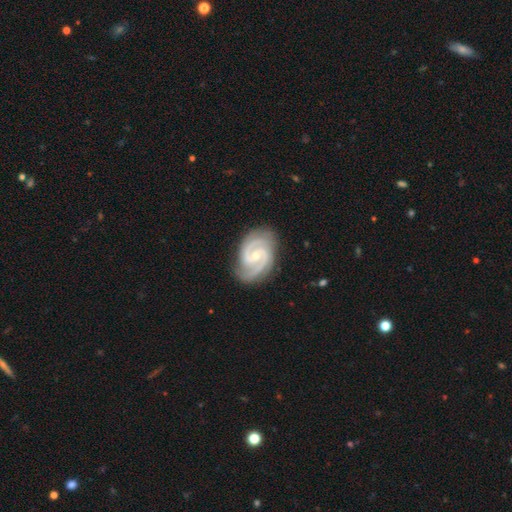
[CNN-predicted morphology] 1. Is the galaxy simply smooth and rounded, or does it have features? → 93% featured or disk, 4% star or artifact, 4% smooth.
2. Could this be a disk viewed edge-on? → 98% no, 2% yes.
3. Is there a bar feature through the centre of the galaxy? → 47% weak, 41% no, 12% strong.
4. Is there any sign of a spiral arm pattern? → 99% yes, 1% no.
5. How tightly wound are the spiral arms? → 48% tight, 46% medium, 5% loose.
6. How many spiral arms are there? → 87% 2, 7% 3, 2% can't tell, 1% 4, 1% 1, 1% more than 4.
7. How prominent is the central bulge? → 63% small, 34% moderate, 2% none, 1% large, 1% dominant.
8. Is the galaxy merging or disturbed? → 83% none, 13% minor disturbance, 3% major disturbance, 1% merger.